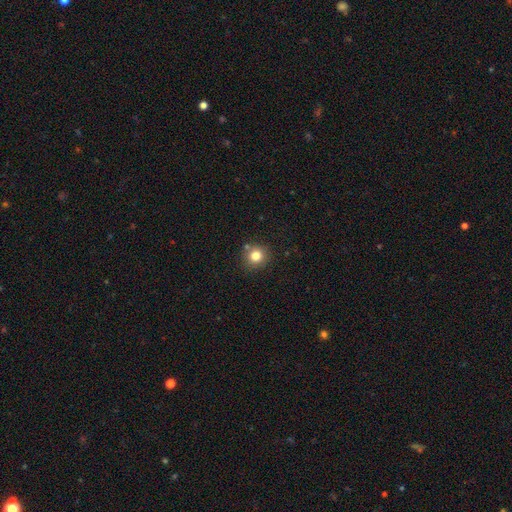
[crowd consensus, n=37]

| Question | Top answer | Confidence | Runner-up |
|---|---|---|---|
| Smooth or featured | smooth | 92% | star or artifact (5%) |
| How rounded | round | 94% | in between (6%) |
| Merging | none | 74% | minor disturbance (14%) |